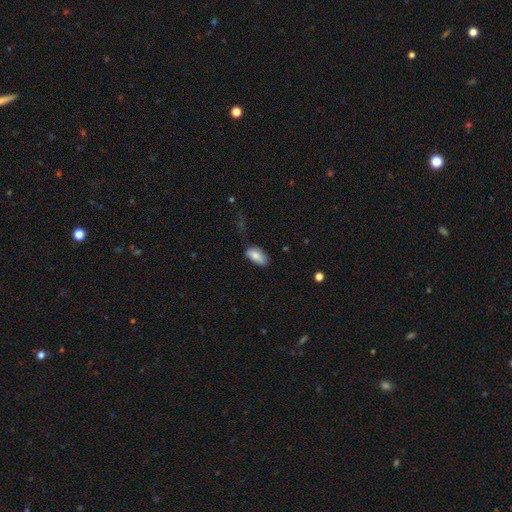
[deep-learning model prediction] Q: Smooth or featured?
A: smooth (78%); runner-up: featured or disk (15%)
Q: How rounded?
A: in between (91%); runner-up: cigar-shaped (6%)
Q: Merging?
A: none (62%); runner-up: minor disturbance (28%)